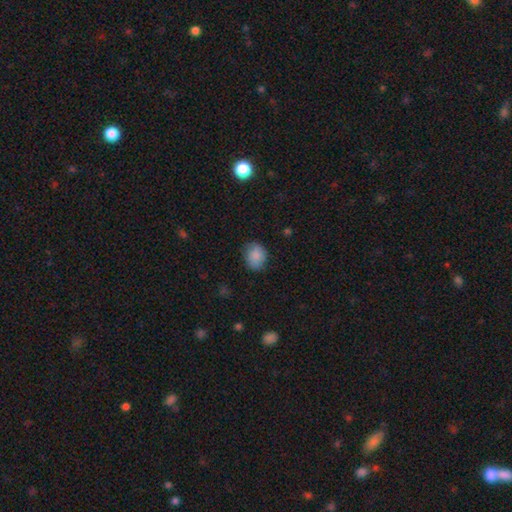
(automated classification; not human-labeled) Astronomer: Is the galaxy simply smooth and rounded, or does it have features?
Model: smooth — 84%.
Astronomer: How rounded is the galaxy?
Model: round — 53% (runner-up: in between, 46%).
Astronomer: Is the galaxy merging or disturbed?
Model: none — 75%.